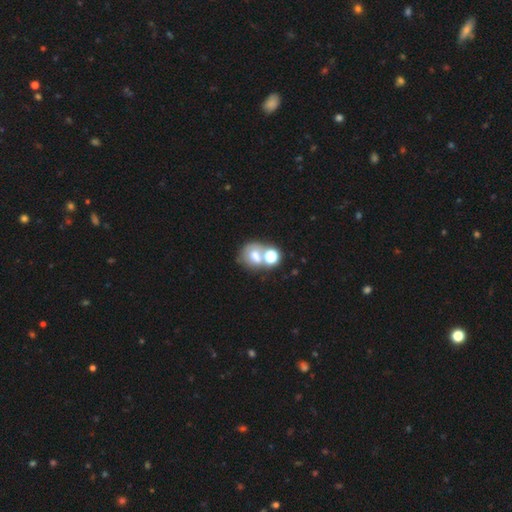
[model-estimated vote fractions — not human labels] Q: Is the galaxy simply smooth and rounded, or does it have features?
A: smooth — 56%.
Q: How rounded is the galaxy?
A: round — 60%.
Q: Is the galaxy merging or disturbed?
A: merger — 46%.